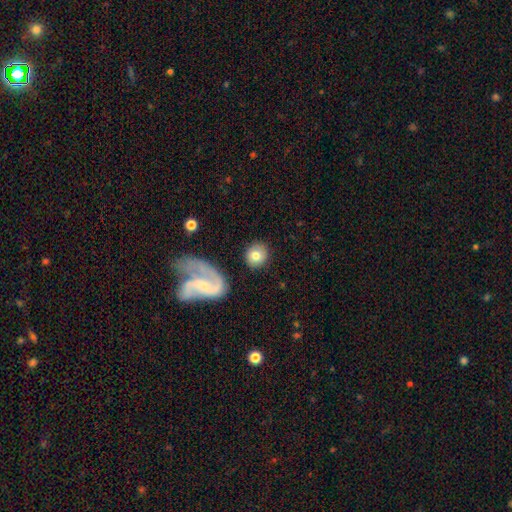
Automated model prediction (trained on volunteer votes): smooth-or-featured: smooth: 72% | featured or disk: 20% | star or artifact: 7%
  how-rounded: round: 84% | in between: 15% | cigar-shaped: 1%
  merging: none: 84% | minor disturbance: 8% | merger: 4% | major disturbance: 4%